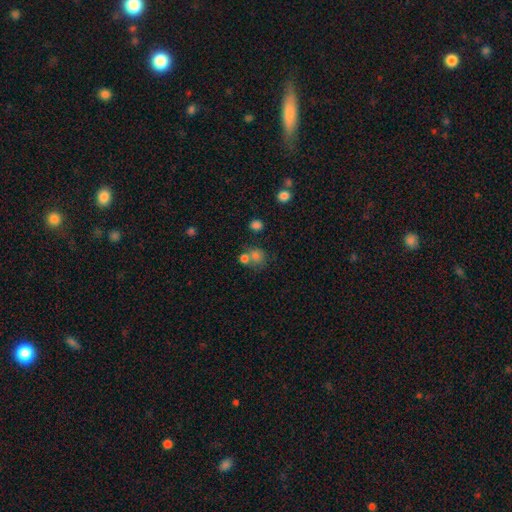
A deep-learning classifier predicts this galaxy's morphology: Q: Smooth or featured?
A: smooth (76%); runner-up: star or artifact (14%)
Q: How rounded?
A: round (77%); runner-up: in between (22%)
Q: Merging?
A: none (48%); runner-up: merger (35%)